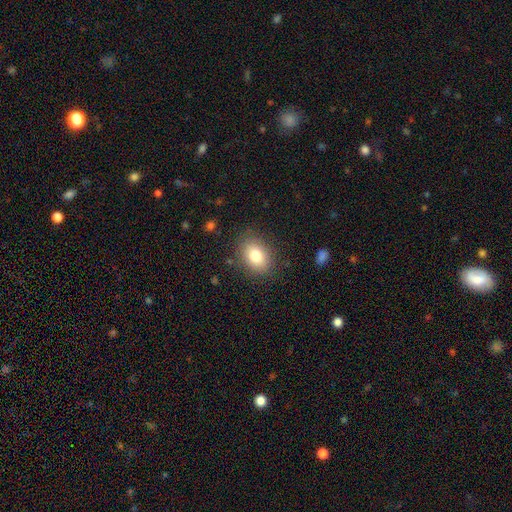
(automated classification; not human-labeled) smooth 81%, featured or disk 10%, star or artifact 9%. Down the decision tree: how rounded — in between (72%); merging — none (84%).